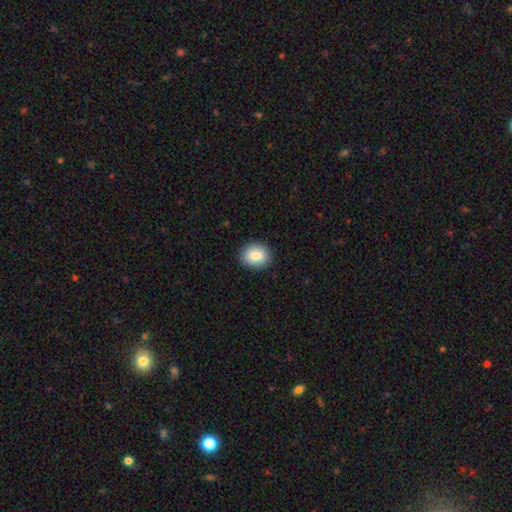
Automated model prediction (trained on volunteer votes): smooth_or_featured: smooth (p=0.84) [alt: featured or disk p=0.09]
how_rounded: round (p=0.59) [alt: in between p=0.40]
merging: none (p=0.90) [alt: minor disturbance p=0.07]